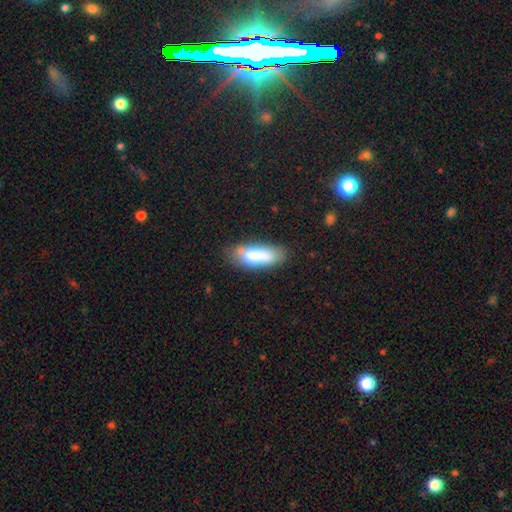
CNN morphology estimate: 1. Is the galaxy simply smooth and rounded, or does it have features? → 72% smooth, 20% featured or disk, 8% star or artifact.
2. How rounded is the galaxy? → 67% in between, 31% cigar-shaped, 2% round.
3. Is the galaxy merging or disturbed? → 61% none, 22% minor disturbance, 9% merger, 8% major disturbance.